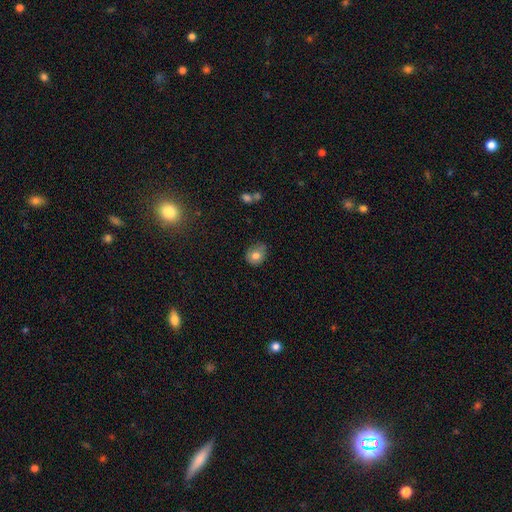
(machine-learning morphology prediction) Q: Smooth or featured?
A: smooth (79%); runner-up: featured or disk (11%)
Q: How rounded?
A: round (66%); runner-up: in between (33%)
Q: Merging?
A: none (67%); runner-up: minor disturbance (25%)